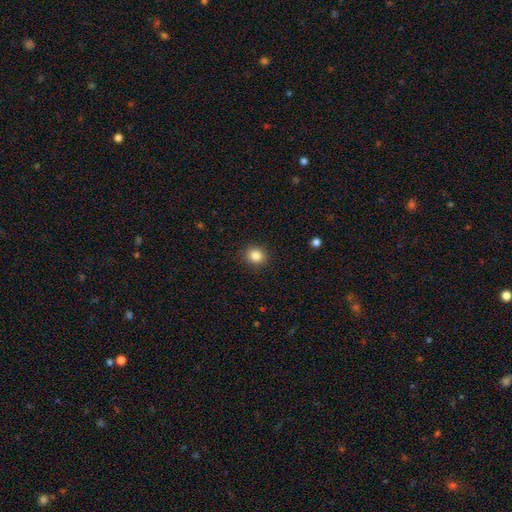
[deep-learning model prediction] The model was most divided on "how rounded": round: 81%, in between: 19%, cigar-shaped: 1%. More confident: merging — none (90%); smooth or featured — smooth (85%).